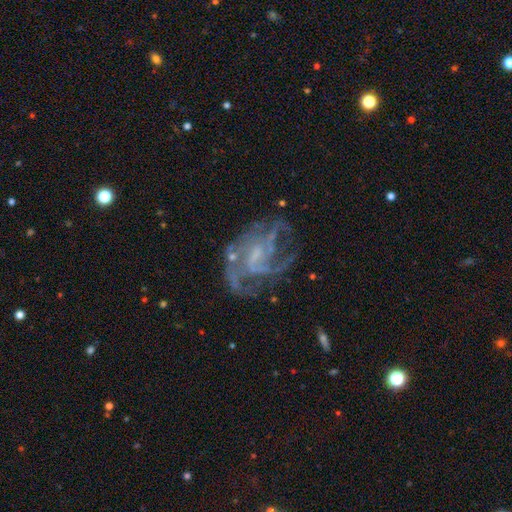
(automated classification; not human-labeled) Overall: featured or disk (81%). Edge-on disk: no (97%). Bar: no (45%; weak 42%). Spiral arms: yes (83%). Spiral arm count: can't tell (35%; 3 26%). Spiral winding: medium (45%; tight 35%). Bulge size: small (41%; none 38%). Merging: none (51%; major disturbance 27%).